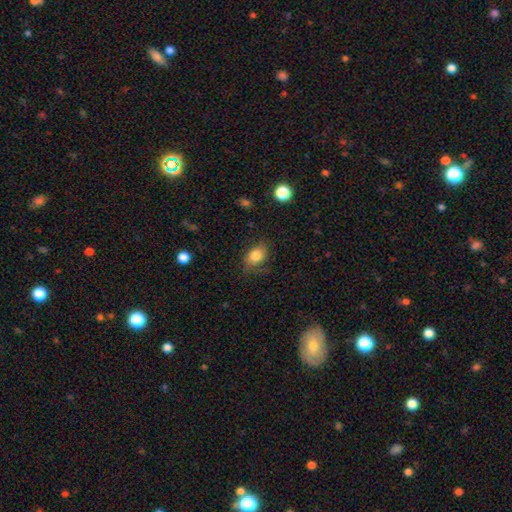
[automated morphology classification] Smooth or featured? smooth (80%)
How rounded? in between (73%)
Merging? none (66%)